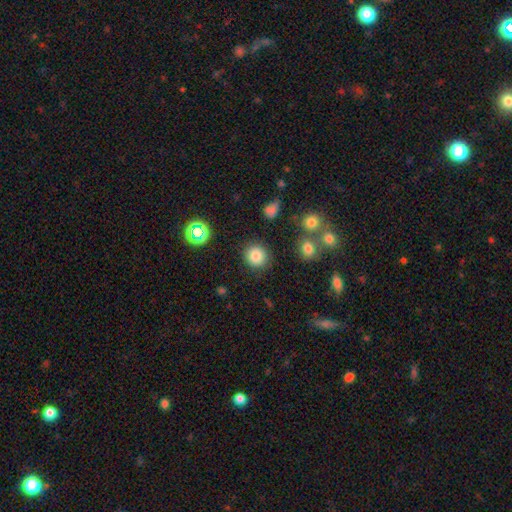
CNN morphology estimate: Smooth or featured: smooth — 82% (star or artifact — 13%)
How rounded: round — 90% (in between — 9%)
Merging: none — 87% (minor disturbance — 8%)